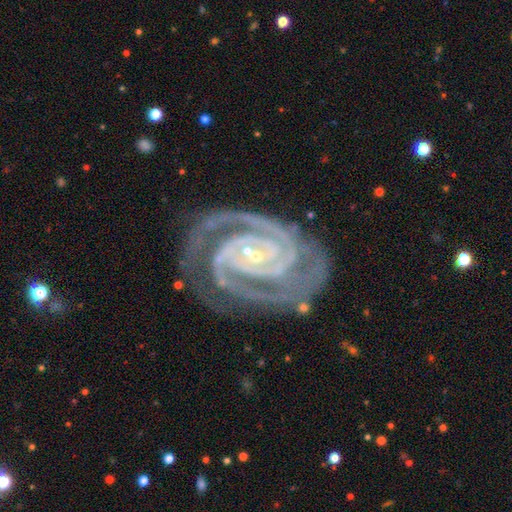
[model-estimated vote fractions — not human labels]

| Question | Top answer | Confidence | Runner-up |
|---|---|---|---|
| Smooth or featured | featured or disk | 93% | star or artifact (5%) |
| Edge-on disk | no | 98% | yes (2%) |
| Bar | no | 42% | strong (29%) |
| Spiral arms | yes | 99% | no (1%) |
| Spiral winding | tight | 81% | medium (18%) |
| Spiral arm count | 2 | 69% | 3 (16%) |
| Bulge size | small | 85% | moderate (11%) |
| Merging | none | 75% | minor disturbance (17%) |